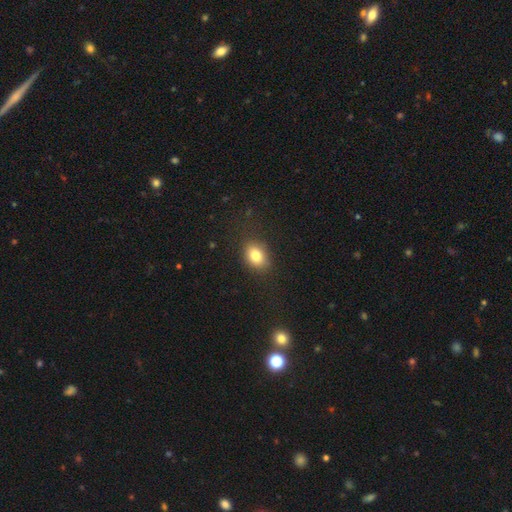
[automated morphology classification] smooth_or_featured: smooth (p=0.80) [alt: star or artifact p=0.10]
how_rounded: in between (p=0.68) [alt: round p=0.31]
merging: none (p=0.83) [alt: minor disturbance p=0.11]